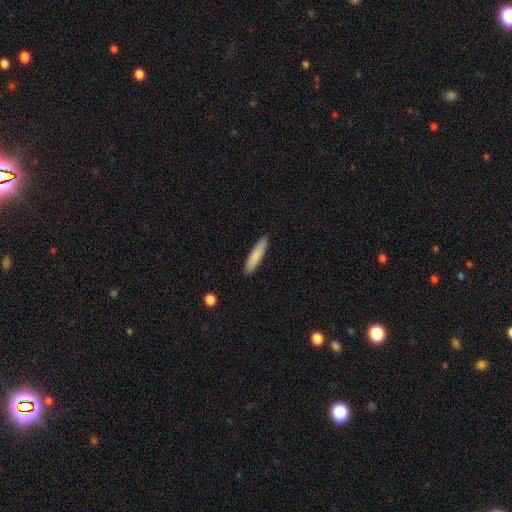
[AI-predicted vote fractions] Overall: smooth (82%). How rounded: cigar-shaped (86%). Merging: none (90%).